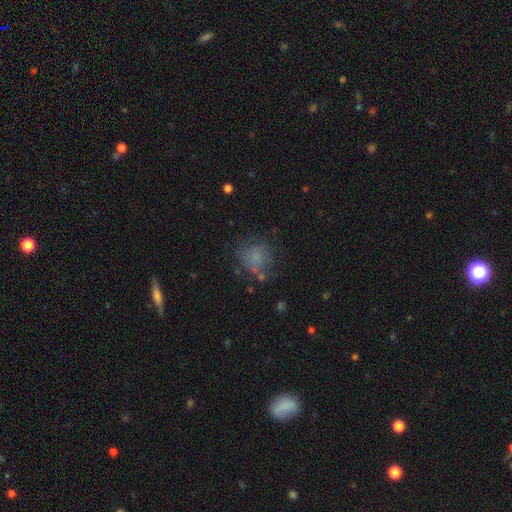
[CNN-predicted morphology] Q: Smooth or featured?
A: smooth (72%); runner-up: star or artifact (16%)
Q: How rounded?
A: round (79%); runner-up: in between (20%)
Q: Merging?
A: none (66%); runner-up: minor disturbance (18%)